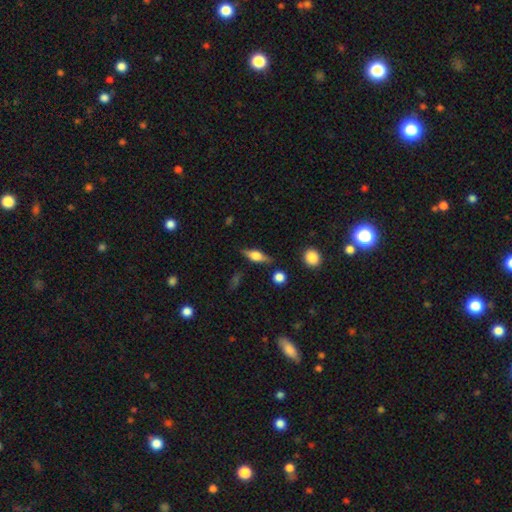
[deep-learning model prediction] featured or disk 57%, smooth 35%, star or artifact 8%. Down the decision tree: edge-on disk — yes (94%); edge-on bulge — rounded (89%); merging — none (81%).